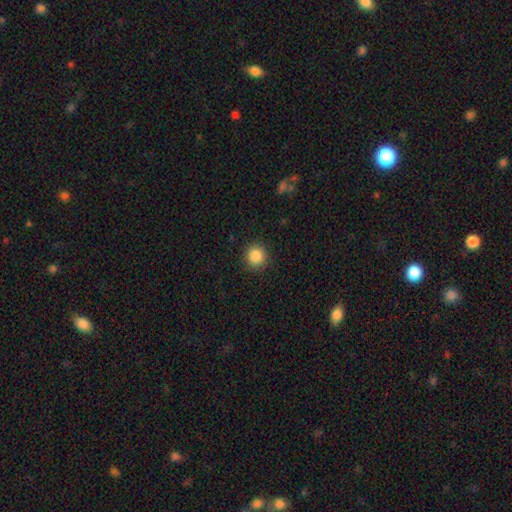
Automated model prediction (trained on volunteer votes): This appears to be a smooth galaxy with no disk features (87%) that is round (94%). Merging: none (91%).